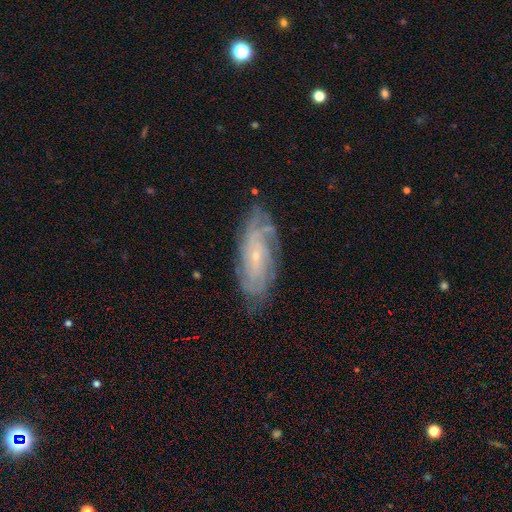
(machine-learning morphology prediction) Smooth or featured? featured or disk (80%)
Edge-on disk? no (91%)
Bar? no (71%)
Spiral arms? yes (94%)
Spiral winding? tight (67%)
Spiral arm count? can't tell (40%)
Bulge size? small (83%)
Merging? none (77%)